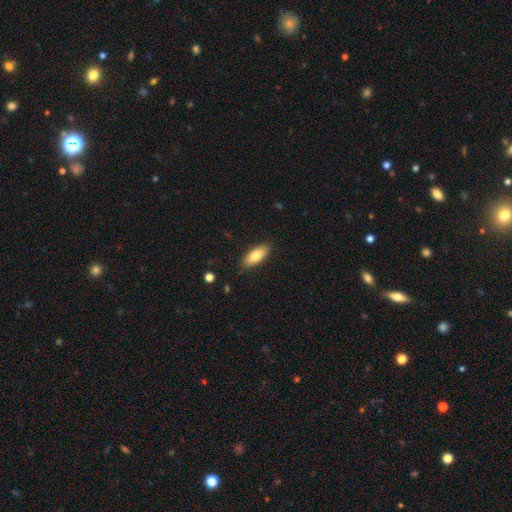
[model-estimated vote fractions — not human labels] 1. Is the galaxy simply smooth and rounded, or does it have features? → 78% smooth, 15% featured or disk, 7% star or artifact.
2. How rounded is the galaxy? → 82% in between, 16% cigar-shaped, 2% round.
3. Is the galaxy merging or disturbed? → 85% none, 12% minor disturbance, 2% major disturbance, 1% merger.